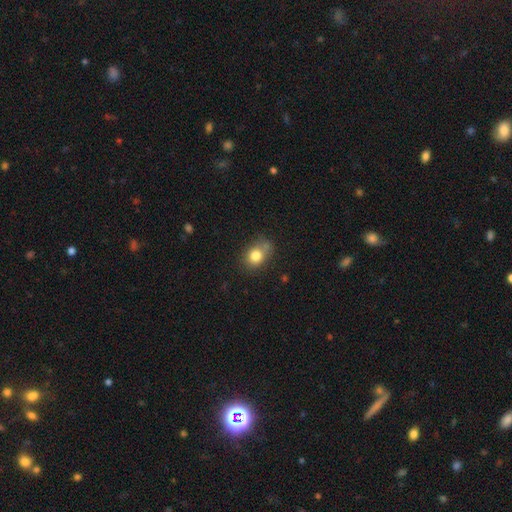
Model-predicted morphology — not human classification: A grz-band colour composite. It shows a smooth galaxy with no disk features (79%) that is in between round and cigar-shaped (53%). Merging: none (58%).